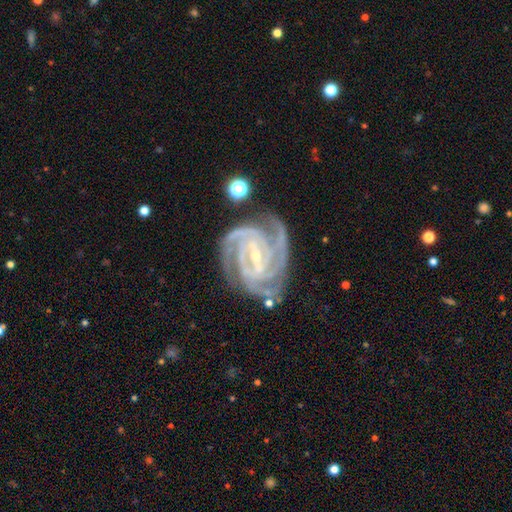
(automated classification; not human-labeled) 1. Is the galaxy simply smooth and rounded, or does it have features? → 93% featured or disk, 5% star or artifact, 3% smooth.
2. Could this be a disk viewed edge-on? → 98% no, 2% yes.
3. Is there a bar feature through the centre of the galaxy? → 50% strong, 35% weak, 15% no.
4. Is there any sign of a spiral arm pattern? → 99% yes, 1% no.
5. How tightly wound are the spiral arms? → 74% tight, 23% medium, 2% loose.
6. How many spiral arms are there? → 39% 3, 25% 4, 19% 2, 7% can't tell, 5% more than 4, 5% 1.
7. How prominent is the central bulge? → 77% small, 17% moderate, 4% none, 1% large, 1% dominant.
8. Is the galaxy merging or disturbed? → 73% none, 18% minor disturbance, 6% major disturbance, 3% merger.